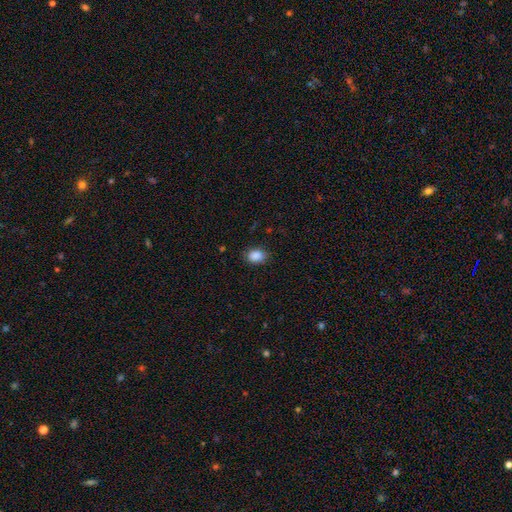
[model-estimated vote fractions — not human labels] smooth_or_featured: smooth (p=0.88) [alt: star or artifact p=0.09]
how_rounded: in between (p=0.66) [alt: round p=0.33]
merging: none (p=0.82) [alt: minor disturbance p=0.14]